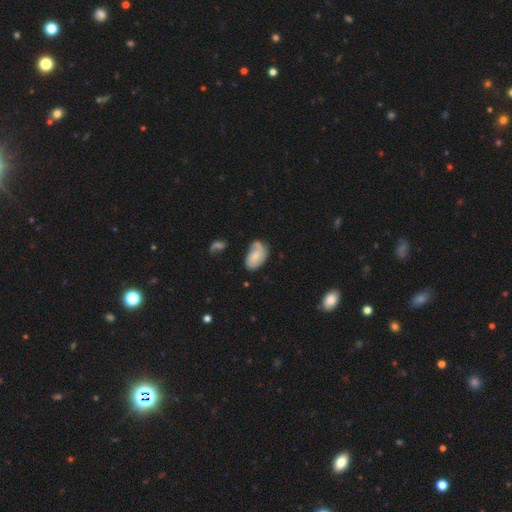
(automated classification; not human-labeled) smooth-or-featured: smooth: 62% | featured or disk: 30% | star or artifact: 7%
  how-rounded: in between: 92% | round: 6% | cigar-shaped: 2%
  merging: none: 50% | minor disturbance: 29% | major disturbance: 12% | merger: 9%